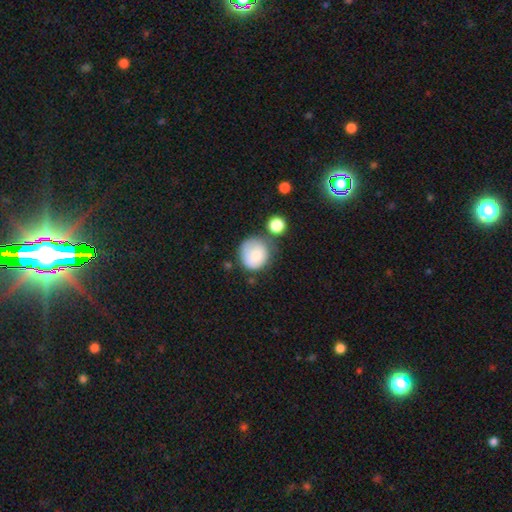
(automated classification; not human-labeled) Smooth or featured?
  - smooth: 77% *
  - featured or disk: 15%
  - star or artifact: 8%
How rounded?
  - round: 85% *
  - in between: 14%
  - cigar-shaped: 1%
Merging?
  - none: 53% *
  - minor disturbance: 25%
  - merger: 12%
  - major disturbance: 10%